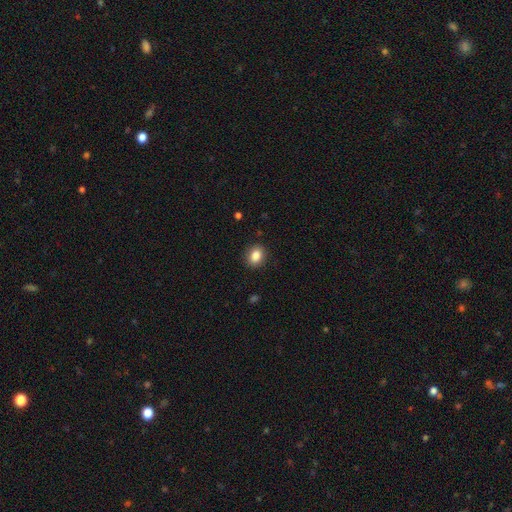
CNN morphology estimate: smooth 86%, star or artifact 9%, featured or disk 5%. Down the decision tree: how rounded — in between (57%); merging — none (89%).